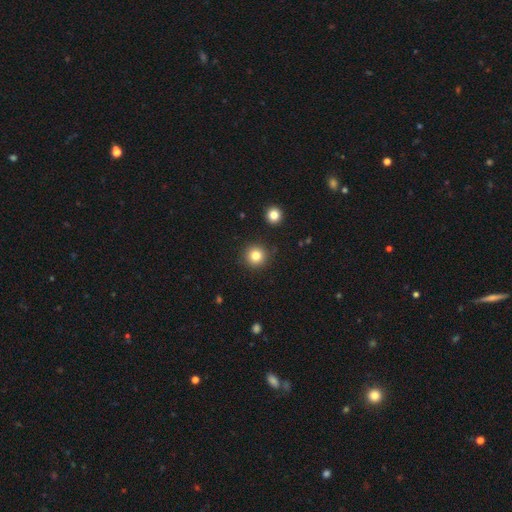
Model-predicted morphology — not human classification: The model was most divided on "smooth or featured": smooth: 80%, star or artifact: 12%, featured or disk: 7%. More confident: how rounded — round (95%); merging — none (89%).